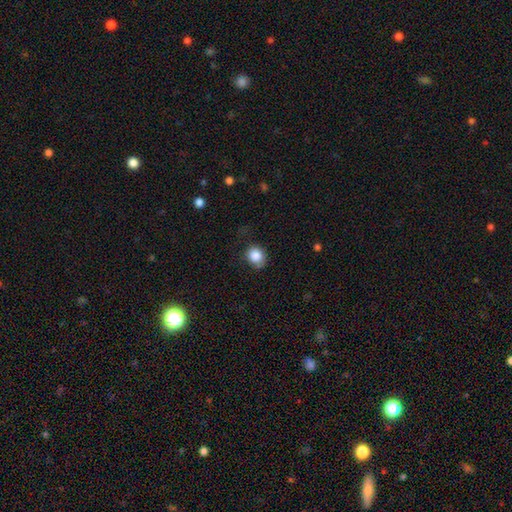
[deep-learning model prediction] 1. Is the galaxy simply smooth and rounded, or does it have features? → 85% smooth, 9% star or artifact, 6% featured or disk.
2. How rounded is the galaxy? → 70% round, 29% in between, 1% cigar-shaped.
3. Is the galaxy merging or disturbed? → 68% none, 24% minor disturbance, 7% major disturbance, 1% merger.